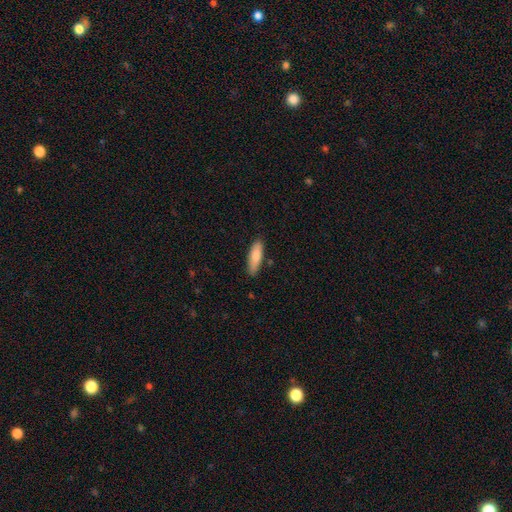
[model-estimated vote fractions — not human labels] Overall: smooth (82%). How rounded: cigar-shaped (51%; in between 47%). Merging: none (83%).